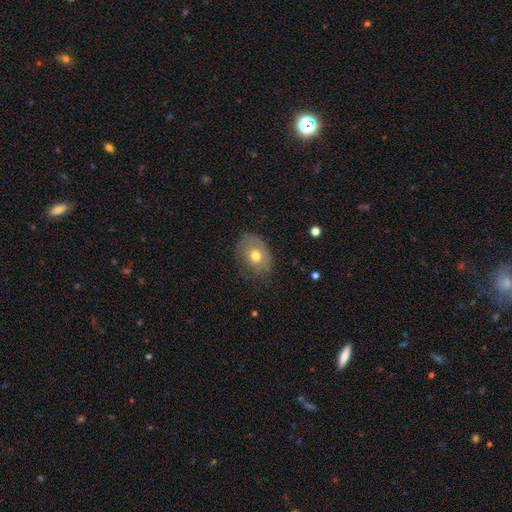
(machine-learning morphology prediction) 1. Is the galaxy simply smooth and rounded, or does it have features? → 62% smooth, 30% featured or disk, 9% star or artifact.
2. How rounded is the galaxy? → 66% in between, 33% round, 1% cigar-shaped.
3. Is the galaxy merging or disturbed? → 61% none, 27% minor disturbance, 11% major disturbance, 1% merger.